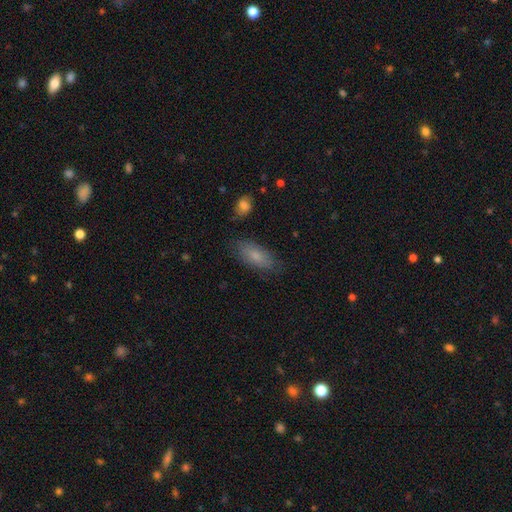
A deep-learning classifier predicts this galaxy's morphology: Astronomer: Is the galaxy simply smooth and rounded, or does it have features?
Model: smooth — 78%.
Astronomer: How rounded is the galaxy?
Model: in between — 83%.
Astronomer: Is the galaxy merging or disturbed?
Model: none — 79%.